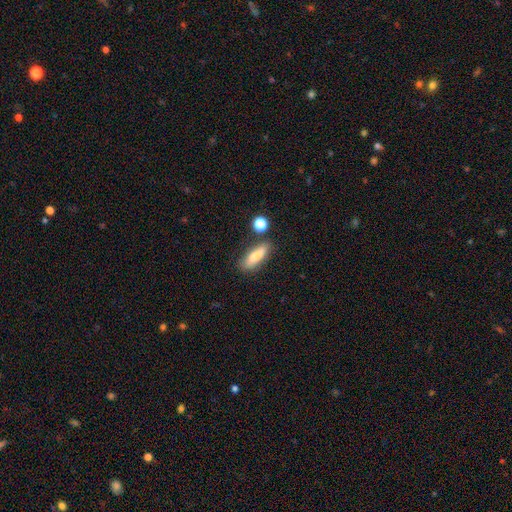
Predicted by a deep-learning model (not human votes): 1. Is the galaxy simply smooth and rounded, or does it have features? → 77% smooth, 15% featured or disk, 8% star or artifact.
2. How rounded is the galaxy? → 49% cigar-shaped, 48% in between, 3% round.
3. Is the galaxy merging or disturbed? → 72% none, 16% minor disturbance, 8% merger, 4% major disturbance.